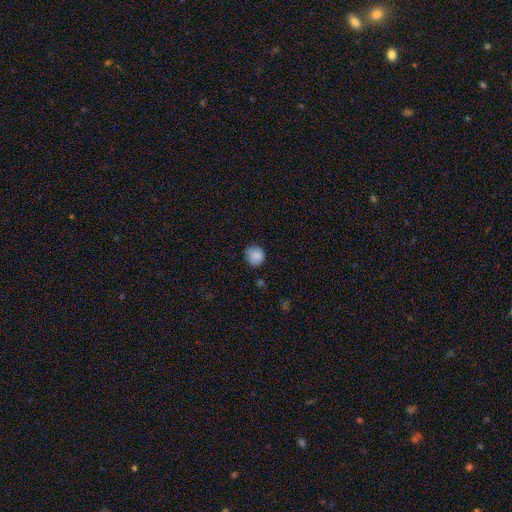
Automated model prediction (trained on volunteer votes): Q: Smooth or featured?
A: smooth (84%); runner-up: star or artifact (9%)
Q: How rounded?
A: round (86%); runner-up: in between (13%)
Q: Merging?
A: none (71%); runner-up: minor disturbance (23%)